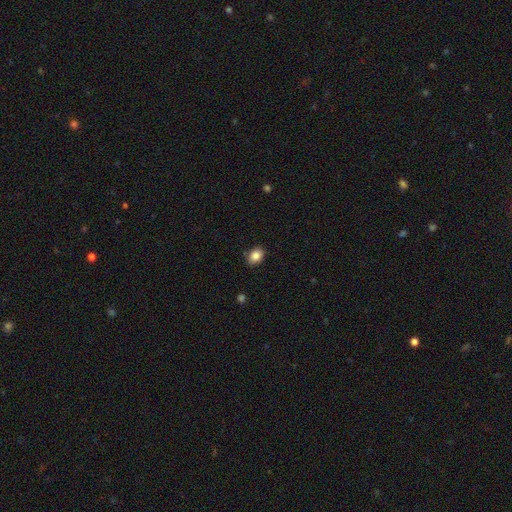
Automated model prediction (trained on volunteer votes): Overall: smooth (86%). How rounded: in between (75%). Merging: none (86%).